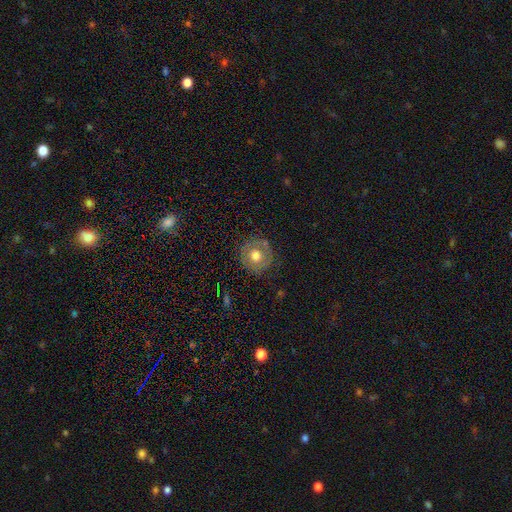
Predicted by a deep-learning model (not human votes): Morphology: type=smooth (57%); roundness=round (90%); merging=none (78%).